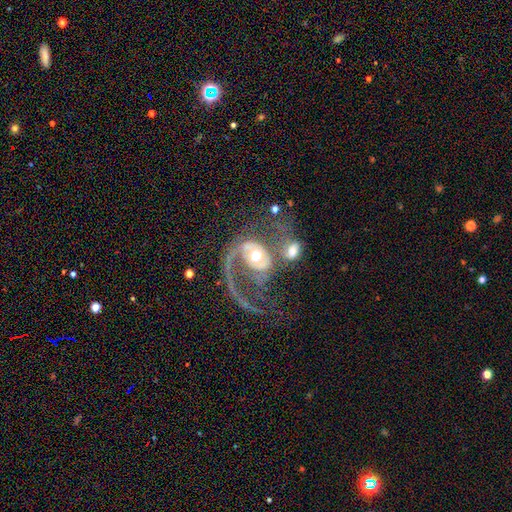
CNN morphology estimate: Smooth or featured: featured or disk — 83% (smooth — 10%)
Edge-on disk: no — 97% (yes — 3%)
Bar: no — 64% (weak — 25%)
Spiral arms: yes — 90% (no — 10%)
Spiral winding: loose — 48% (medium — 38%)
Spiral arm count: 2 — 46% (1 — 43%)
Bulge size: moderate — 66% (large — 18%)
Merging: merger — 45% (major disturbance — 27%)